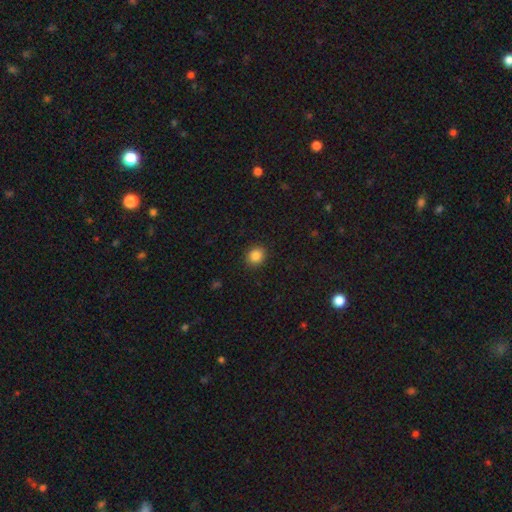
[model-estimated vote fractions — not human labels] Smooth or featured?
  - smooth: 86% *
  - star or artifact: 10%
  - featured or disk: 4%
How rounded?
  - round: 76% *
  - in between: 23%
  - cigar-shaped: 1%
Merging?
  - none: 91% *
  - minor disturbance: 6%
  - major disturbance: 2%
  - merger: 1%